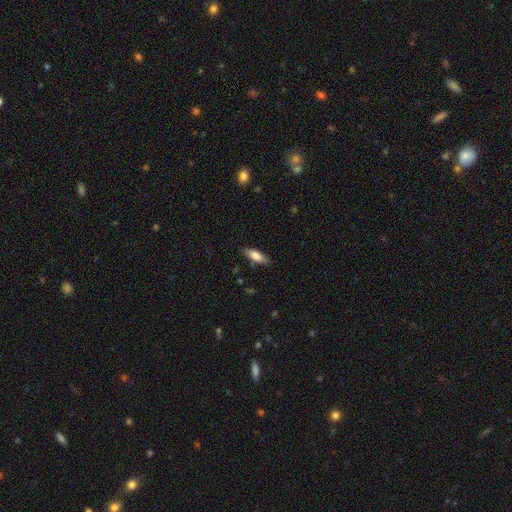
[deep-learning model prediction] This appears to be a smooth galaxy with no disk features (76%) that is in between round and cigar-shaped (58%). Merging: none (83%).